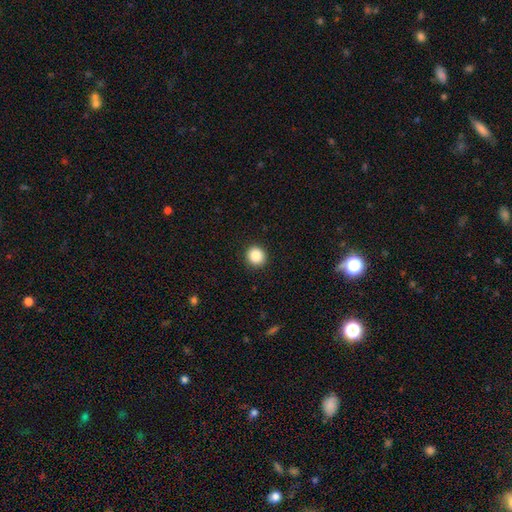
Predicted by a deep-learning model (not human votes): smooth_or_featured: smooth (p=0.87) [alt: star or artifact p=0.09]
how_rounded: round (p=0.92) [alt: in between p=0.07]
merging: none (p=0.92) [alt: minor disturbance p=0.05]